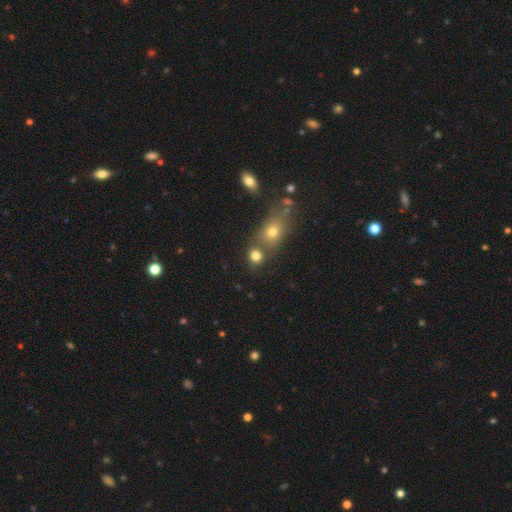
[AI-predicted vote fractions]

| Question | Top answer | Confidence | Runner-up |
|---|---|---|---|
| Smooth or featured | smooth | 76% | star or artifact (14%) |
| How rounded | round | 69% | in between (30%) |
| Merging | none | 52% | merger (33%) |